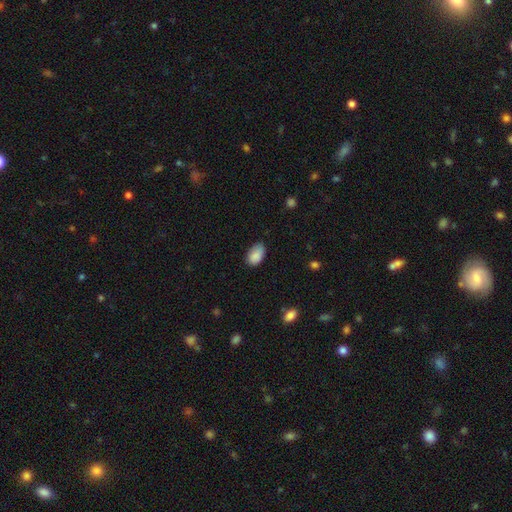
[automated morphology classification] type=smooth (88%); roundness=in between (92%); merging=none (73%).